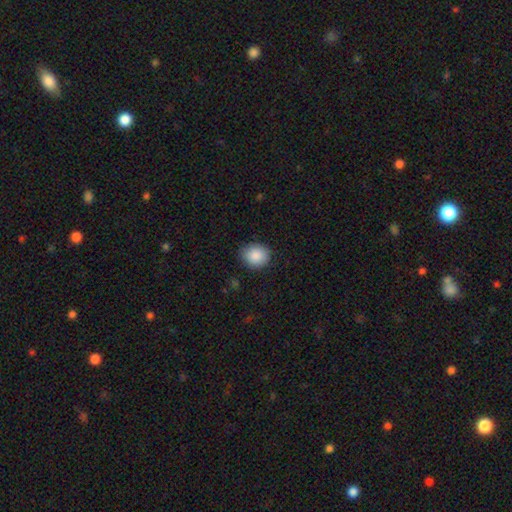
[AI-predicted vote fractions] A smooth galaxy with no disk features (88%) that is round (72%). Merging: none (84%).